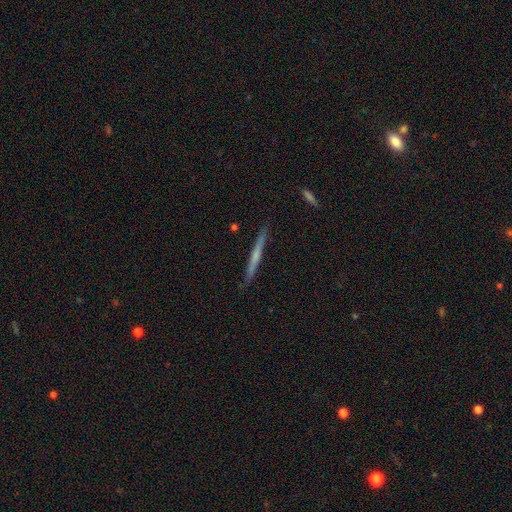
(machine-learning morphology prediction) featured or disk 51%, smooth 43%, star or artifact 6%. Down the decision tree: edge-on disk — yes (97%); merging — none (89%).